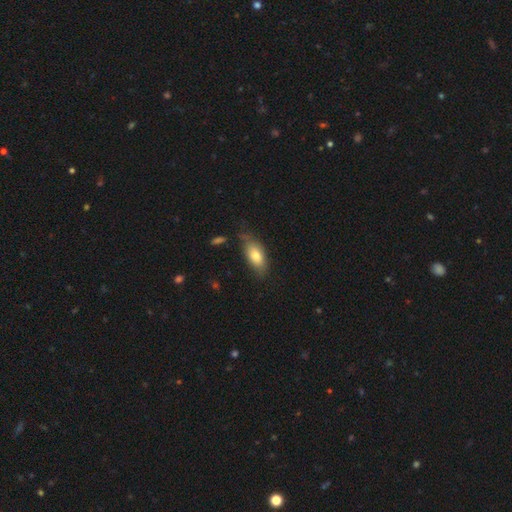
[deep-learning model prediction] The model was most divided on "merging": none: 62%, minor disturbance: 27%, major disturbance: 7%, merger: 4%. More confident: how rounded — in between (87%); smooth or featured — smooth (77%).